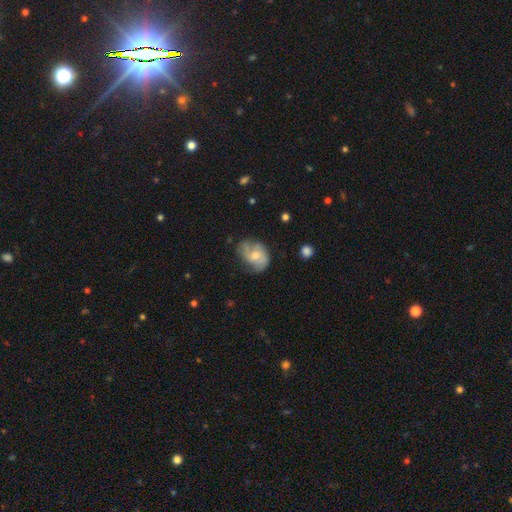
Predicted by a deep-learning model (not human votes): A featured or disk galaxy (50%). Merging: none (52%).